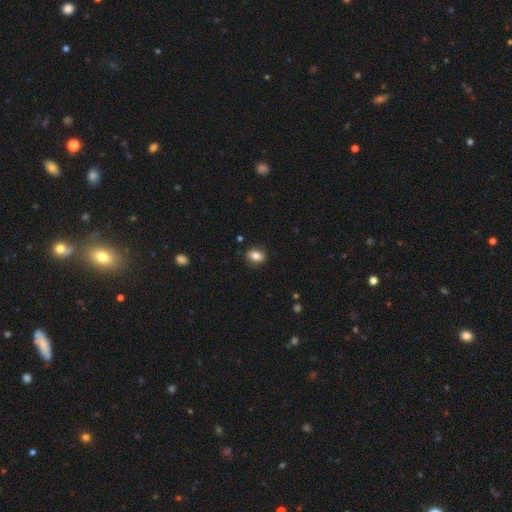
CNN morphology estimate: Smooth or featured?
  - smooth: 81% *
  - featured or disk: 11%
  - star or artifact: 9%
How rounded?
  - in between: 63% *
  - round: 36%
  - cigar-shaped: 2%
Merging?
  - none: 86% *
  - minor disturbance: 10%
  - major disturbance: 2%
  - merger: 1%